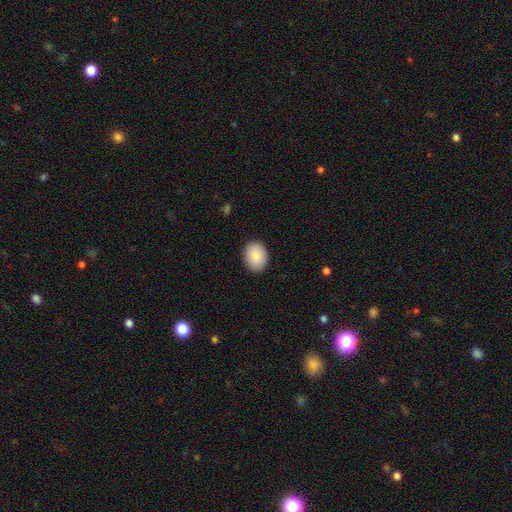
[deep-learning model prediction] A smooth galaxy with no disk features (87%) that is in between round and cigar-shaped (60%).

Vote fractions:
- Smooth or featured? smooth: 87% / star or artifact: 7% / featured or disk: 6%
- How rounded? in between: 60% / round: 39% / cigar-shaped: 1%
- Merging? none: 88% / minor disturbance: 9% / major disturbance: 2% / merger: 1%